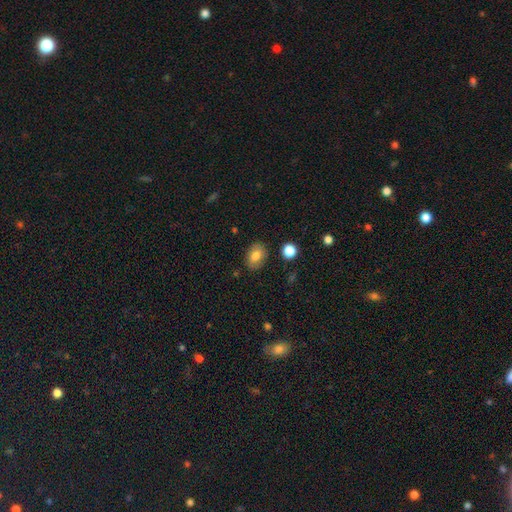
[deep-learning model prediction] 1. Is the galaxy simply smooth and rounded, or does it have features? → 79% smooth, 12% featured or disk, 9% star or artifact.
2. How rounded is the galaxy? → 76% in between, 23% round, 1% cigar-shaped.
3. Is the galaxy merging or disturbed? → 84% none, 11% minor disturbance, 3% major disturbance, 2% merger.